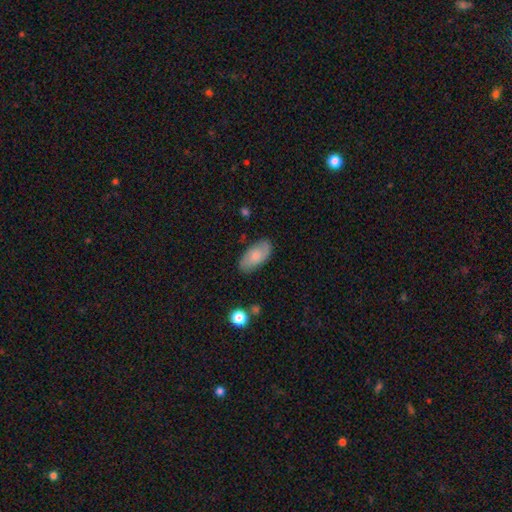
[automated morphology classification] Smooth or featured? smooth (67%)
How rounded? in between (93%)
Merging? none (80%)